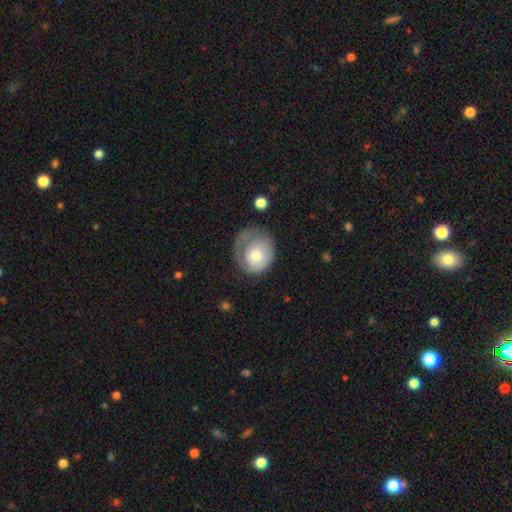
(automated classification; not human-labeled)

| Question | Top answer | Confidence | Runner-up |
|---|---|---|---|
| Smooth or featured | smooth | 58% | featured or disk (36%) |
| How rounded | round | 66% | in between (33%) |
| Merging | none | 38% | major disturbance (31%) |